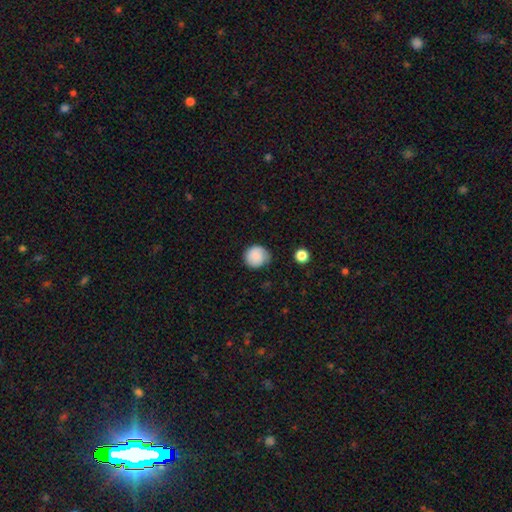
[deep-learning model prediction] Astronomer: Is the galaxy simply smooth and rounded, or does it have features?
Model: smooth — 85%.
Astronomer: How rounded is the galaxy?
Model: round — 91%.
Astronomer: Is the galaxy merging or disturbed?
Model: none — 74%.